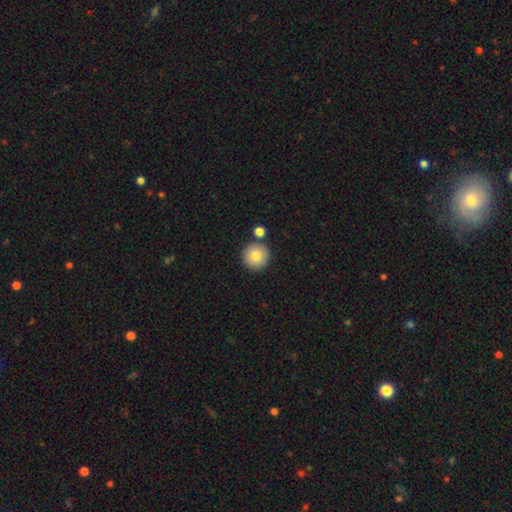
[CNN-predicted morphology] This is clearly a smooth galaxy (83%). How rounded: clearly round (96%). Merging: clearly none (83%).